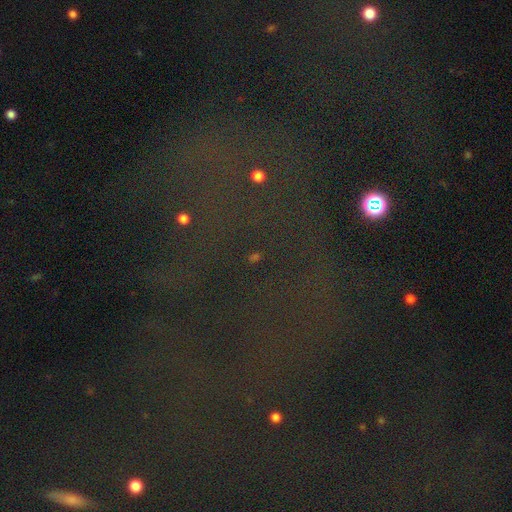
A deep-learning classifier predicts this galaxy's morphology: smooth-or-featured: star or artifact: 72% | featured or disk: 14% | smooth: 13%